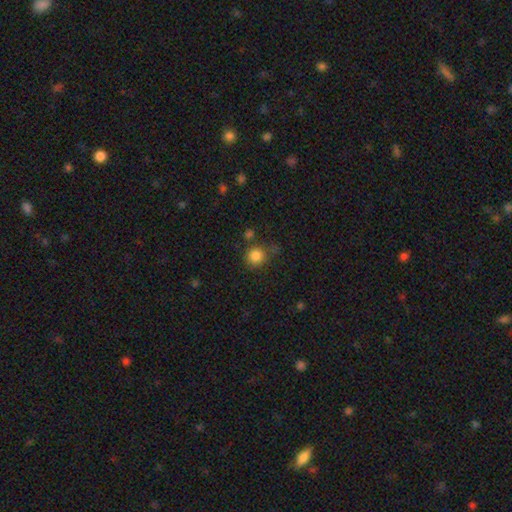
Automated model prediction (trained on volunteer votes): A smooth galaxy with no disk features (84%) that is round (90%).

Vote fractions:
- Smooth or featured? smooth: 84% / star or artifact: 11% / featured or disk: 5%
- How rounded? round: 90% / in between: 9% / cigar-shaped: 1%
- Merging? none: 74% / minor disturbance: 13% / merger: 8% / major disturbance: 5%